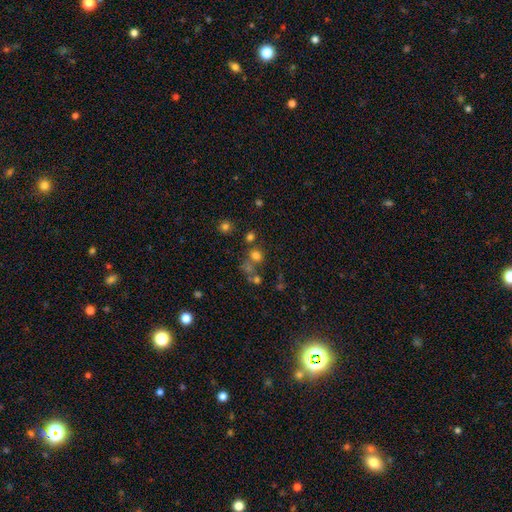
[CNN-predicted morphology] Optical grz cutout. It shows a smooth galaxy with no disk features (67%) that is round (79%). Merging: none (57%).